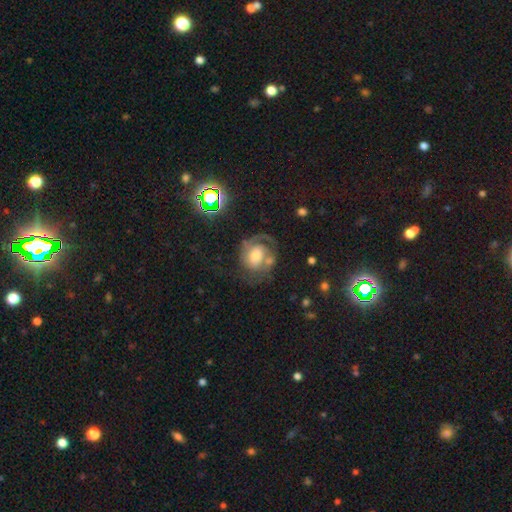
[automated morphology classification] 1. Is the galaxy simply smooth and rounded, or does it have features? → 71% featured or disk, 18% smooth, 11% star or artifact.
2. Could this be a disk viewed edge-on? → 98% no, 2% yes.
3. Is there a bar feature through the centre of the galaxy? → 61% no, 31% weak, 8% strong.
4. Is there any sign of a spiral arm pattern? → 90% yes, 10% no.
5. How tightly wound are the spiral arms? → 44% tight, 42% medium, 15% loose.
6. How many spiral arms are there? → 55% 2, 18% 1, 15% can't tell, 7% 3, 3% 4, 3% more than 4.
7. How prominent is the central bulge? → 43% moderate, 27% large, 22% small, 5% none, 4% dominant.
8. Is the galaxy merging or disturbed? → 54% none, 21% major disturbance, 19% minor disturbance, 6% merger.